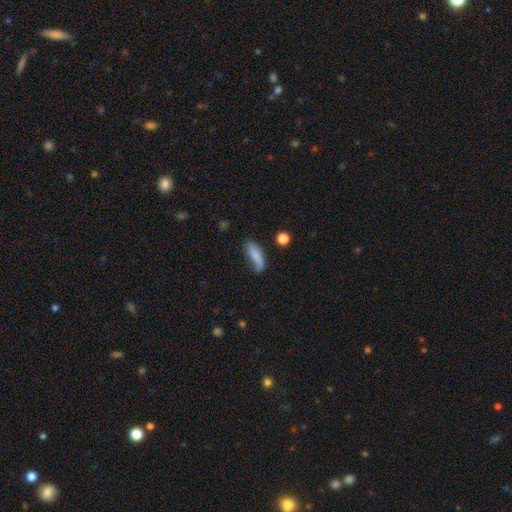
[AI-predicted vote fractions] This is likely a smooth galaxy (79%). How rounded: possibly in between (59%). Merging: possibly none (49%).